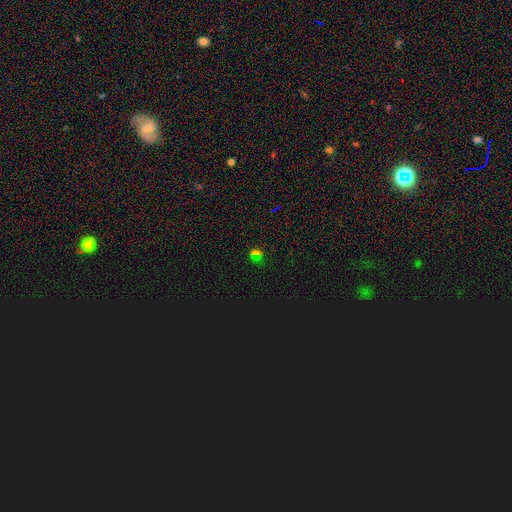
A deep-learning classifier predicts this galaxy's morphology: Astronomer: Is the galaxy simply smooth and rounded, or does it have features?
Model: star or artifact — 62%.